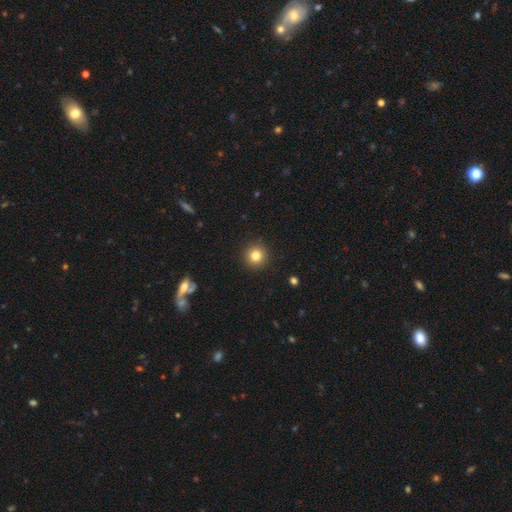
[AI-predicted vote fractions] Smooth or featured?
  - smooth: 82% *
  - star or artifact: 11%
  - featured or disk: 7%
How rounded?
  - round: 95% *
  - in between: 4%
  - cigar-shaped: 1%
Merging?
  - none: 92% *
  - minor disturbance: 5%
  - major disturbance: 2%
  - merger: 1%